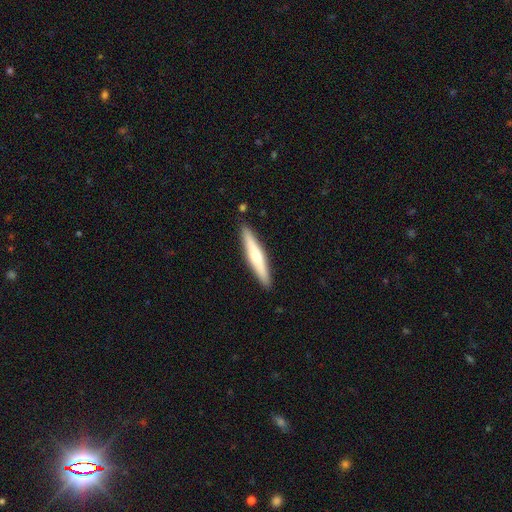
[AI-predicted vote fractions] The model was most divided on "smooth or featured": featured or disk: 47%, smooth: 46%, star or artifact: 6%. More confident: merging — none (91%).